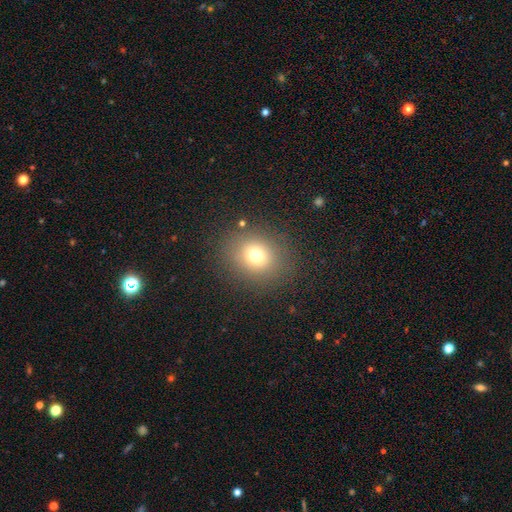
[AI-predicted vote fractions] smooth-or-featured: smooth: 72% | star or artifact: 17% | featured or disk: 11%
  how-rounded: round: 73% | in between: 26% | cigar-shaped: 1%
  merging: none: 85% | minor disturbance: 9% | major disturbance: 5% | merger: 2%